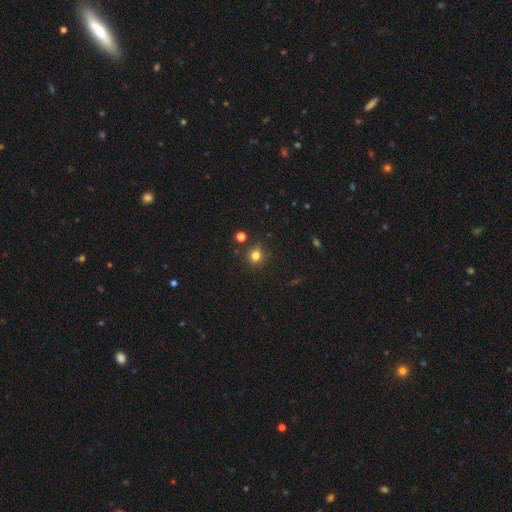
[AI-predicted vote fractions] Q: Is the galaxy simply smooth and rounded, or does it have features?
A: smooth — 79%.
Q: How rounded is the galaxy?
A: round — 82%.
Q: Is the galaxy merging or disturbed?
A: none — 81%.